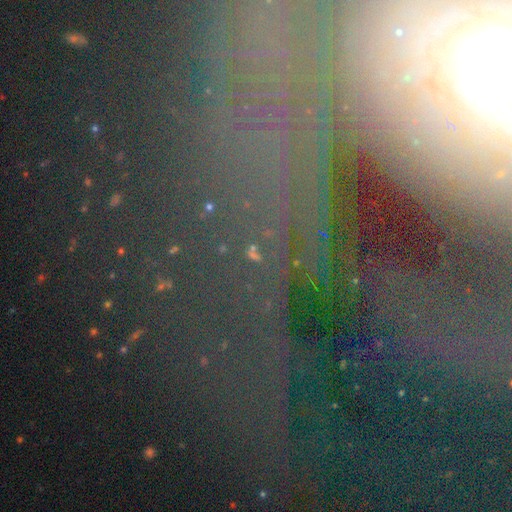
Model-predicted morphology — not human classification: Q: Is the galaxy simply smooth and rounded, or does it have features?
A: star or artifact — 56%.